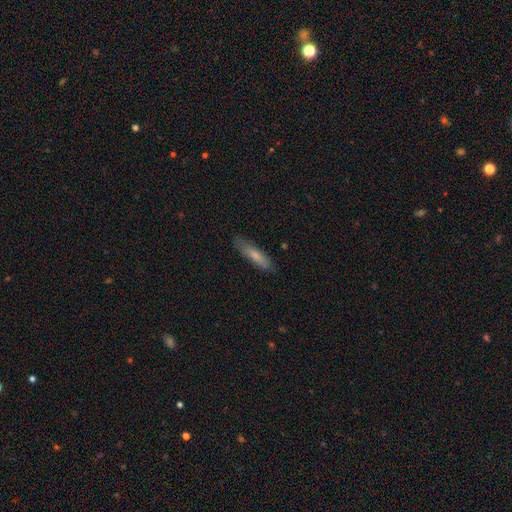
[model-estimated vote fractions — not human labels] A smooth galaxy with no disk features (72%) that is cigar-shaped (79%). Merging: none (79%).